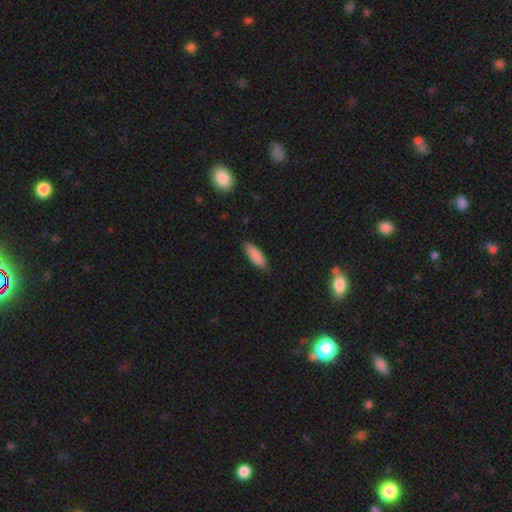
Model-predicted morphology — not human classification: A smooth galaxy with no disk features (88%) that is in between round and cigar-shaped (63%).

Vote fractions:
- Smooth or featured? smooth: 88% / star or artifact: 6% / featured or disk: 5%
- How rounded? in between: 63% / cigar-shaped: 35% / round: 2%
- Merging? none: 83% / minor disturbance: 14% / major disturbance: 2% / merger: 1%